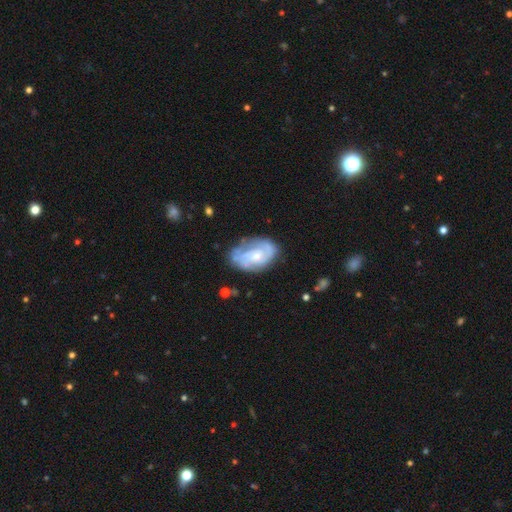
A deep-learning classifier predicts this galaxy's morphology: This is likely a featured or disk galaxy (73%). It is clearly not viewed edge-on (97%). Bar: likely no (68%). Spiral arm pattern: clearly yes (85%). Spiral arm count: marginally 2 (44%). Spiral winding: possibly tight (49%). Central bulge: possibly small (57%). Merging: likely none (64%).